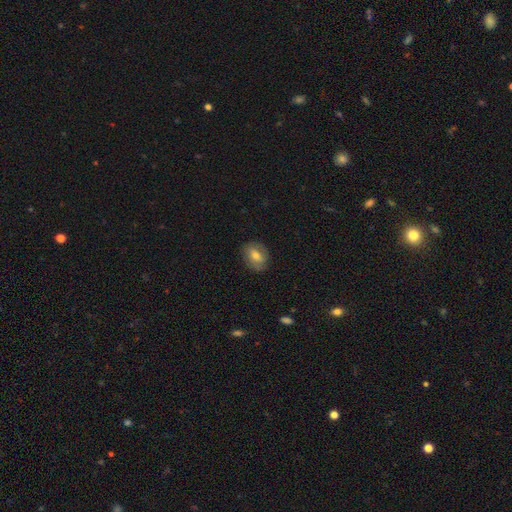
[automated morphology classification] smooth_or_featured: smooth (p=0.62) [alt: featured or disk p=0.29]
how_rounded: in between (p=0.60) [alt: round p=0.38]
merging: none (p=0.80) [alt: minor disturbance p=0.15]